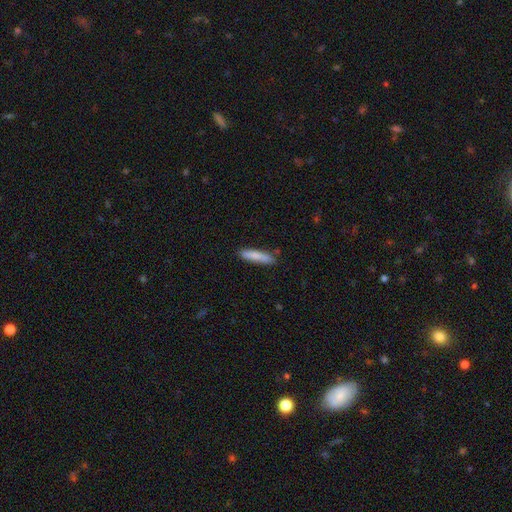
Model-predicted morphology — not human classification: Q: Smooth or featured?
A: smooth (82%); runner-up: featured or disk (13%)
Q: How rounded?
A: cigar-shaped (83%); runner-up: in between (16%)
Q: Merging?
A: none (84%); runner-up: minor disturbance (12%)